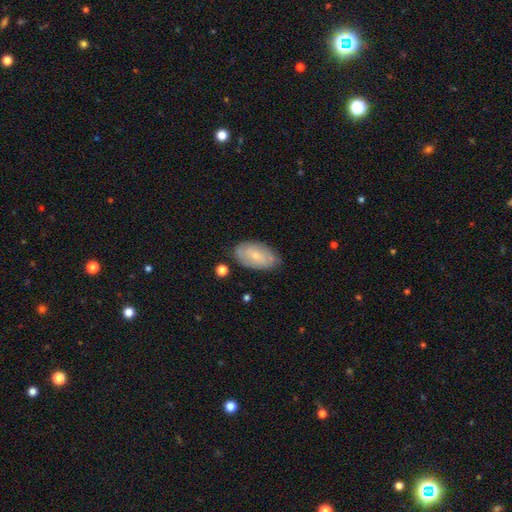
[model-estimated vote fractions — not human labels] smooth-or-featured: smooth: 54% | featured or disk: 40% | star or artifact: 7%
  how-rounded: in between: 93% | round: 5% | cigar-shaped: 2%
  merging: none: 73% | minor disturbance: 20% | major disturbance: 4% | merger: 3%